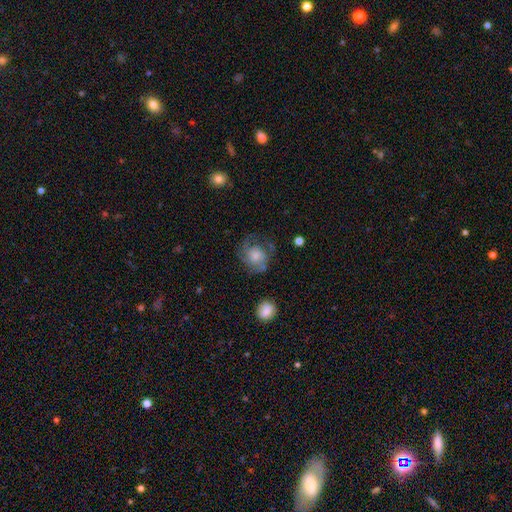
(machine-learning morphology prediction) The model was most divided on "bulge size": moderate: 41%, small: 29%, large: 16%, none: 11%, dominant: 3%. More confident: edge-on disk — no (97%); spiral arms — yes (82%); bar — no (78%); merging — none (53%); smooth or featured — featured or disk (52%).